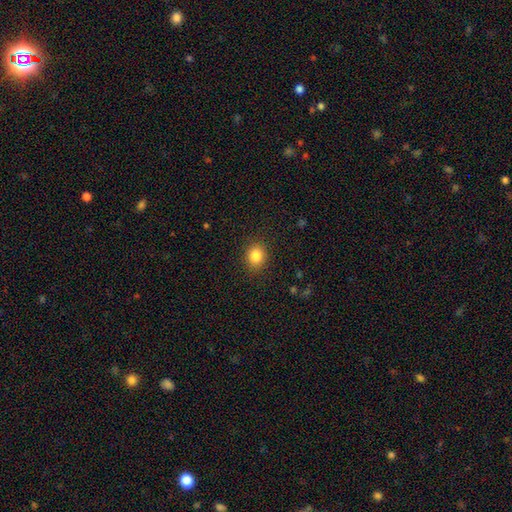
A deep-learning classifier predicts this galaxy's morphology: A smooth galaxy with no disk features (84%) that is round (65%).

Vote fractions:
- Smooth or featured? smooth: 84% / star or artifact: 11% / featured or disk: 5%
- How rounded? round: 65% / in between: 34% / cigar-shaped: 1%
- Merging? none: 88% / minor disturbance: 8% / major disturbance: 3% / merger: 1%